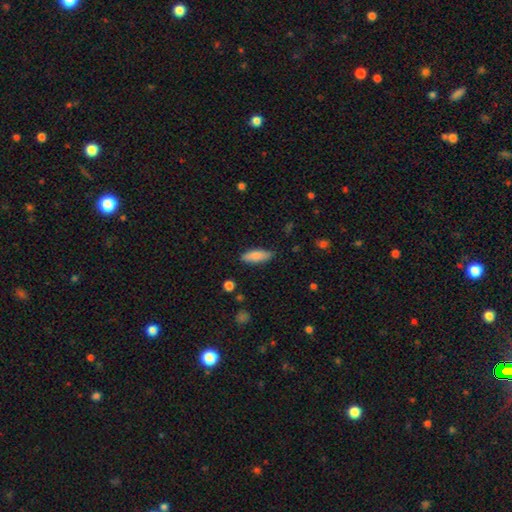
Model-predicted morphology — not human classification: smooth-or-featured: smooth: 83% | featured or disk: 10% | star or artifact: 6%
  how-rounded: in between: 63% | cigar-shaped: 35% | round: 2%
  merging: none: 83% | minor disturbance: 13% | major disturbance: 2% | merger: 2%